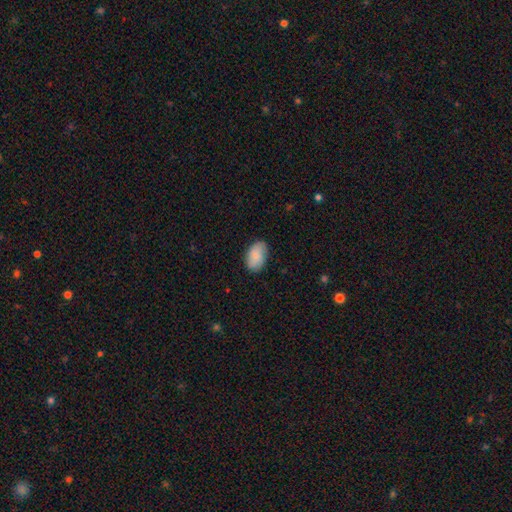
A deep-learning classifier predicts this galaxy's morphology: The model was most divided on "merging": none: 81%, minor disturbance: 15%, major disturbance: 3%, merger: 1%. More confident: how rounded — in between (92%); smooth or featured — smooth (81%).